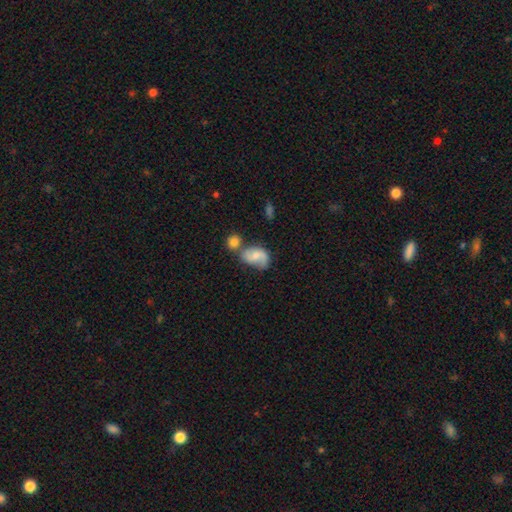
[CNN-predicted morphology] smooth-or-featured: featured or disk: 50% | smooth: 42% | star or artifact: 9%
  merging: none: 36% | merger: 34% | minor disturbance: 20% | major disturbance: 10%